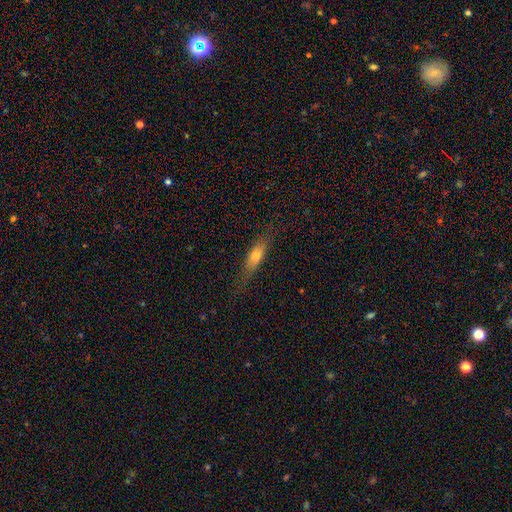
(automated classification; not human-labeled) Smooth or featured?
  - smooth: 60% *
  - featured or disk: 32%
  - star or artifact: 8%
How rounded?
  - cigar-shaped: 64% *
  - in between: 33%
  - round: 3%
Merging?
  - none: 71% *
  - minor disturbance: 21%
  - major disturbance: 7%
  - merger: 1%